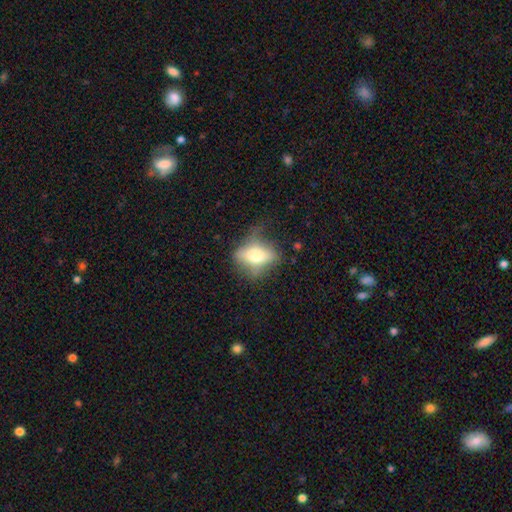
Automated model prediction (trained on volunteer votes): A smooth galaxy with no disk features (54%) that is in between round and cigar-shaped (77%). Merging: none (47%).